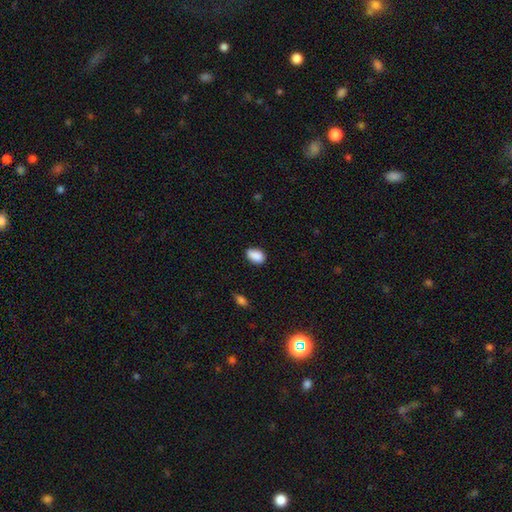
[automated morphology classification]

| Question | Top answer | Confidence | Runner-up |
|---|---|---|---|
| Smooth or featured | smooth | 89% | star or artifact (8%) |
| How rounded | in between | 88% | round (11%) |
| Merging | none | 77% | minor disturbance (19%) |